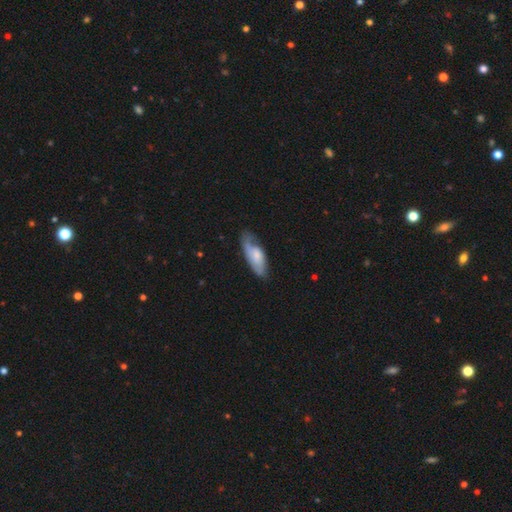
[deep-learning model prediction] Morphology: type=smooth (51%); roundness=in between (77%); merging=none (49%).